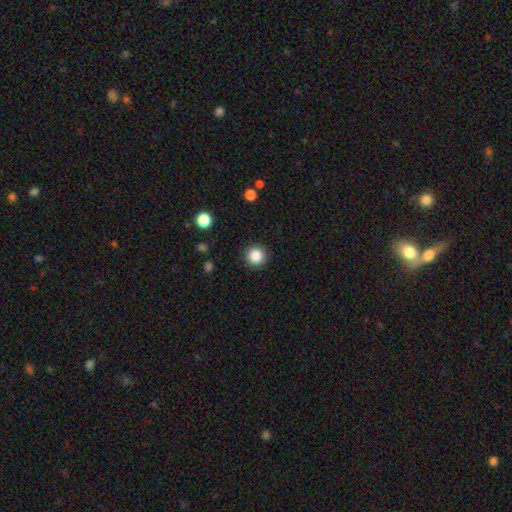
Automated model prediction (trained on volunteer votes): A smooth galaxy with no disk features (85%) that is round (95%).

Vote fractions:
- Smooth or featured? smooth: 85% / star or artifact: 10% / featured or disk: 5%
- How rounded? round: 95% / in between: 4% / cigar-shaped: 1%
- Merging? none: 91% / minor disturbance: 6% / major disturbance: 2% / merger: 1%